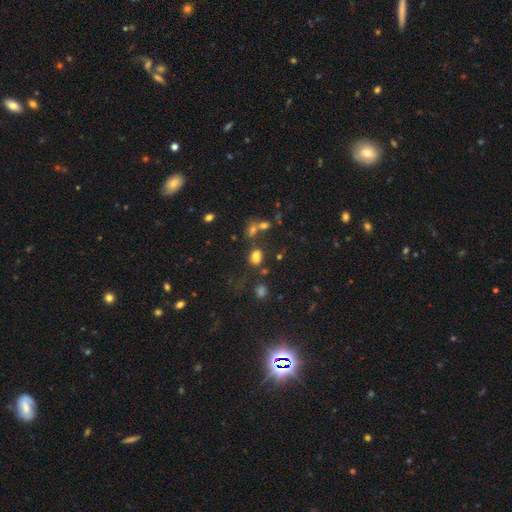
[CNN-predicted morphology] smooth-or-featured: smooth: 71% | star or artifact: 19% | featured or disk: 10%
  how-rounded: in between: 68% | round: 30% | cigar-shaped: 2%
  merging: none: 58% | merger: 20% | minor disturbance: 15% | major disturbance: 7%